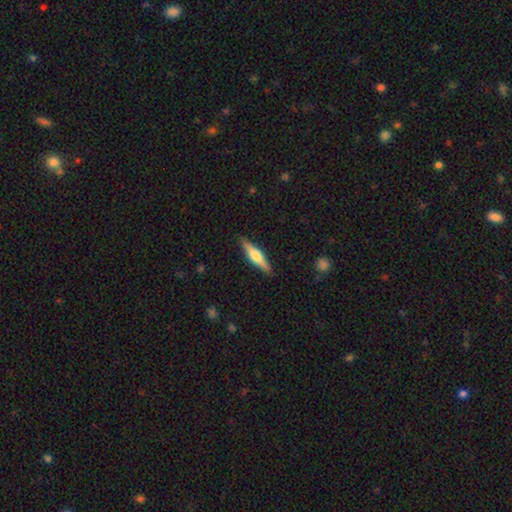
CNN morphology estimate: Smooth or featured: featured or disk — 54% (smooth — 41%)
Edge-on disk: yes — 96% (no — 4%)
Edge-on bulge: rounded — 83% (boxy — 12%)
Merging: none — 89% (minor disturbance — 8%)